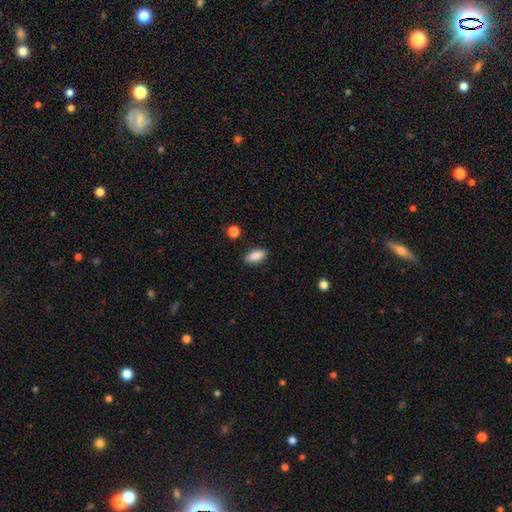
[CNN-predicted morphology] A smooth galaxy with no disk features (87%) that is in between round and cigar-shaped (85%).

Vote fractions:
- Smooth or featured? smooth: 87% / star or artifact: 7% / featured or disk: 5%
- How rounded? in between: 85% / cigar-shaped: 12% / round: 3%
- Merging? none: 87% / minor disturbance: 10% / major disturbance: 2% / merger: 2%